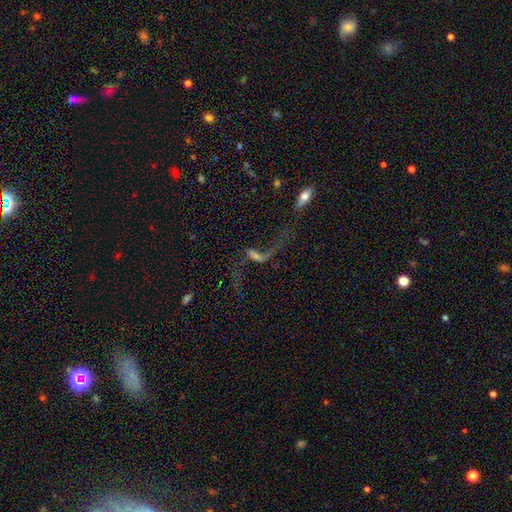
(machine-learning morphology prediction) The model was most divided on "merging": major disturbance: 37%, none: 36%, merger: 14%, minor disturbance: 13%. Remaining: edge-on disk — no (86%); spiral arms — yes (73%); smooth or featured — featured or disk (68%); bar — no (44%); bulge size — small (37%).